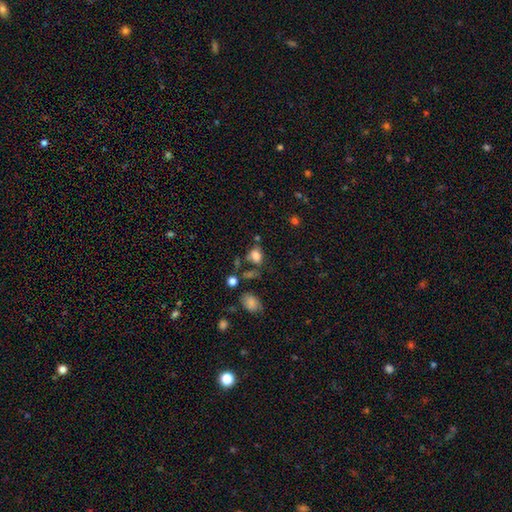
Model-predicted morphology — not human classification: Smooth or featured? smooth (78%)
How rounded? in between (70%)
Merging? none (53%)